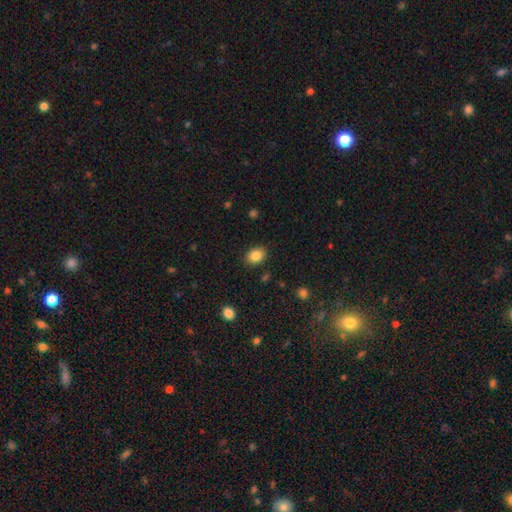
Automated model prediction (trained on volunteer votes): Smooth or featured? smooth (85%)
How rounded? in between (64%)
Merging? none (87%)